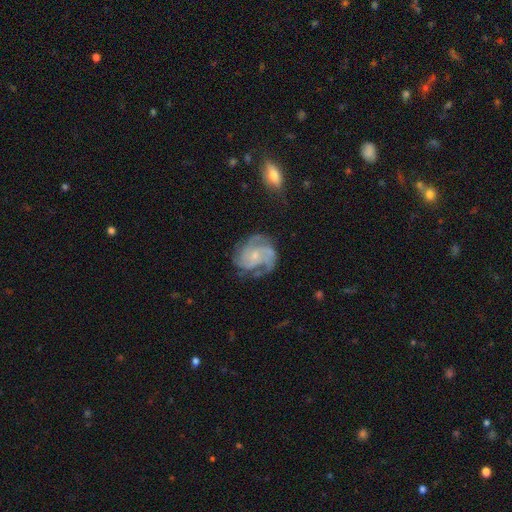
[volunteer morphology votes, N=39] Smooth or featured? 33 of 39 (85%) said featured or disk. Edge-on disk? 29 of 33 (88%) said no. Bar? 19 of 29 (66%) said no. Spiral arms? 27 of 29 (93%) said yes. Spiral winding? 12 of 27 (44%, tied with medium) said tight. Spiral arm count? 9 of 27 (33%) said 3. Bulge size? 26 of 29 (90%) said small. Merging? 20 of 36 (56%) said none.